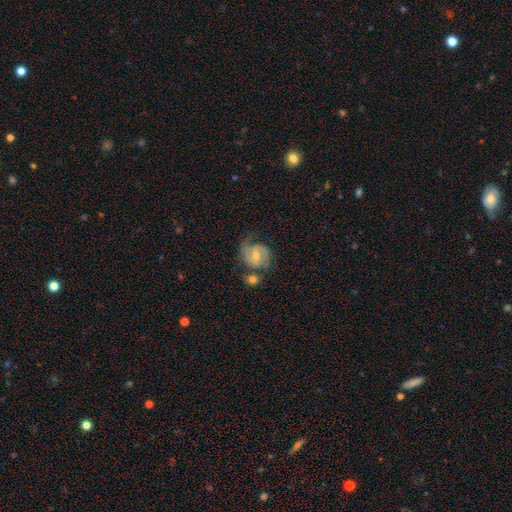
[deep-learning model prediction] Smooth or featured? featured or disk (66%)
Edge-on disk? no (97%)
Bar? weak (54%)
Spiral arms? yes (89%)
Spiral winding? medium (45%)
Spiral arm count? 2 (73%)
Bulge size? moderate (50%)
Merging? none (50%)